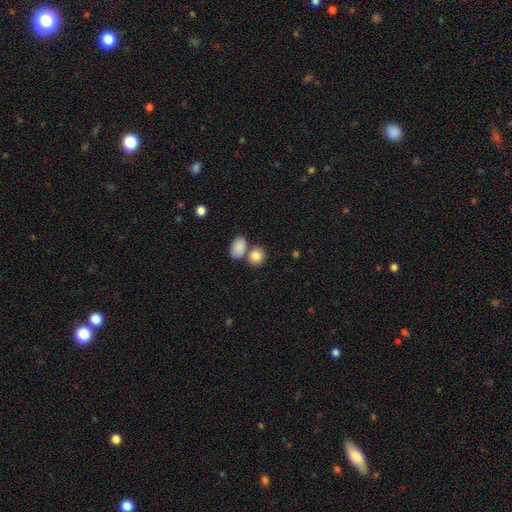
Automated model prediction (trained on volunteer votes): smooth-or-featured: smooth: 85% | star or artifact: 8% | featured or disk: 7%
  how-rounded: round: 55% | in between: 44% | cigar-shaped: 1%
  merging: none: 55% | merger: 31% | minor disturbance: 10% | major disturbance: 3%